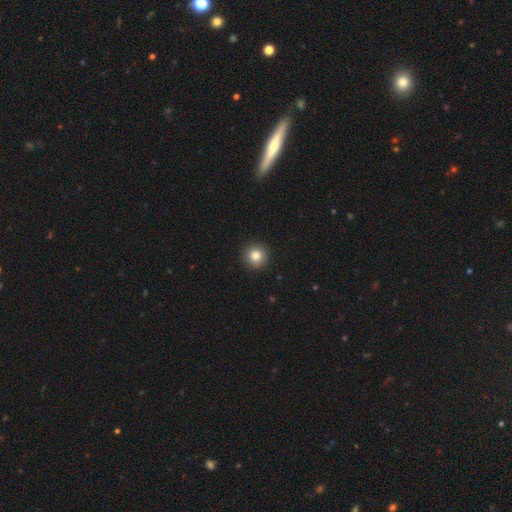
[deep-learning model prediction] Smooth or featured? Predicted: smooth (p=0.83). How rounded? Predicted: round (p=0.95). Merging? Predicted: none (p=0.93).